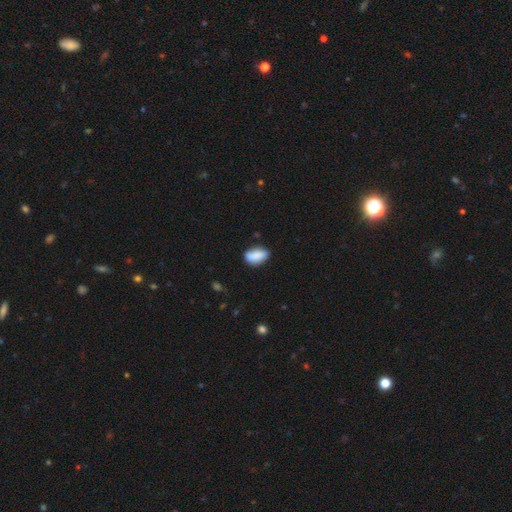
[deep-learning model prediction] smooth 87%, star or artifact 7%, featured or disk 6%. Down the decision tree: how rounded — in between (90%); merging — none (71%).